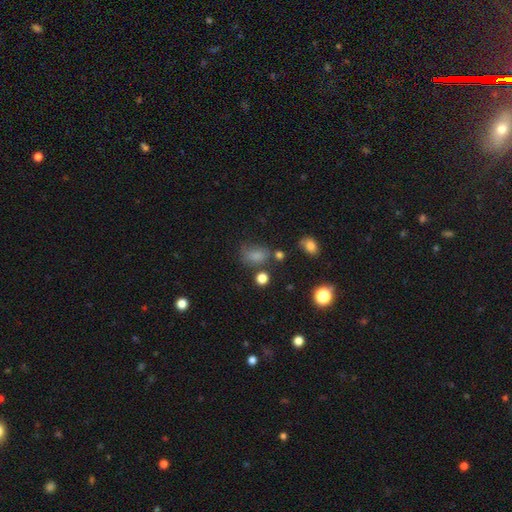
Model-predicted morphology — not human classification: Smooth or featured? smooth (76%)
How rounded? in between (72%)
Merging? none (53%)